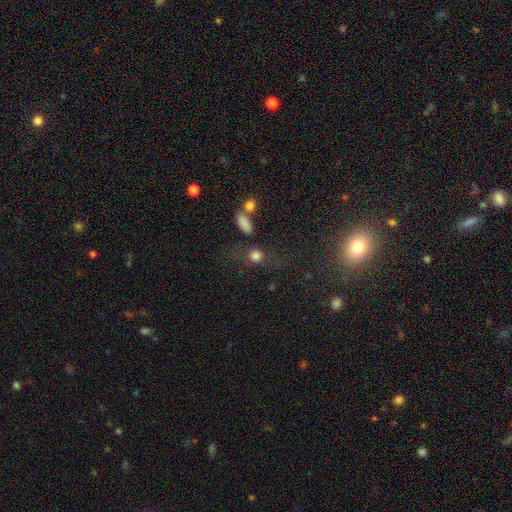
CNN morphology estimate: This appears to be a smooth galaxy with no disk features (76%) that is round (74%). Merging: none (60%).